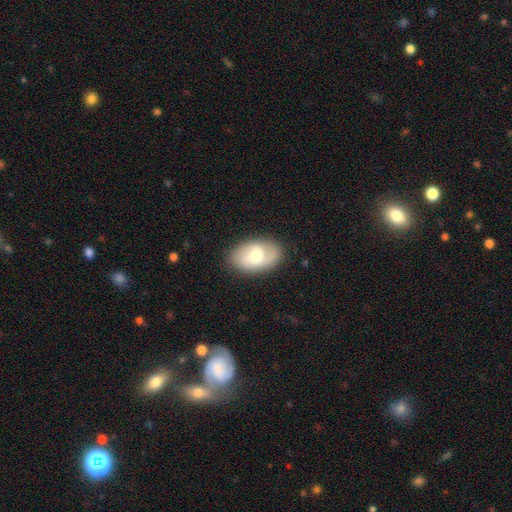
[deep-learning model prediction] A smooth galaxy with no disk features (55%) that is in between round and cigar-shaped (91%).

Vote fractions:
- Smooth or featured? smooth: 55% / featured or disk: 39% / star or artifact: 7%
- How rounded? in between: 91% / round: 8% / cigar-shaped: 2%
- Merging? none: 83% / minor disturbance: 13% / major disturbance: 4% / merger: 1%